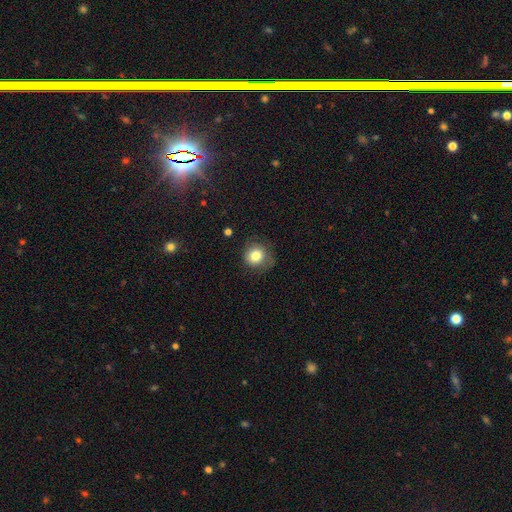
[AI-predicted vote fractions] Smooth or featured? smooth (82%)
How rounded? round (85%)
Merging? none (69%)